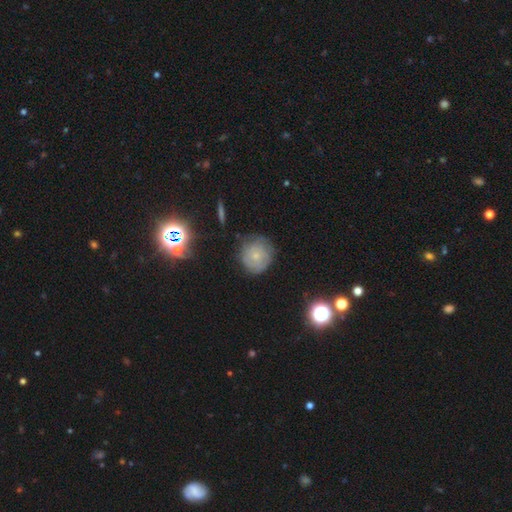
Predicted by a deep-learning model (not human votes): This appears to be a smooth galaxy with no disk features (57%) that is round (91%). Merging: none (74%).